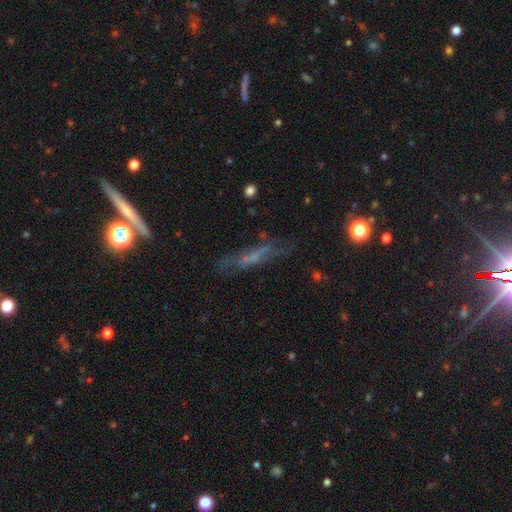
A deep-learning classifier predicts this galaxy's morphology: smooth_or_featured: featured or disk (p=0.48) [alt: smooth p=0.35]
merging: none (p=0.60) [alt: minor disturbance p=0.21]